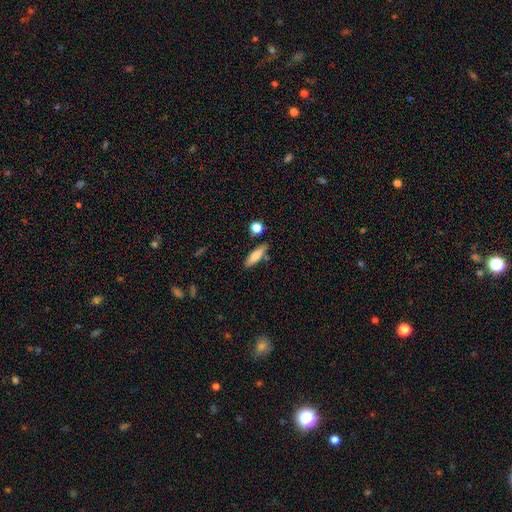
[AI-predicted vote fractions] Smooth or featured?
  - smooth: 75% *
  - featured or disk: 18%
  - star or artifact: 7%
How rounded?
  - cigar-shaped: 60% *
  - in between: 37%
  - round: 3%
Merging?
  - none: 80% *
  - minor disturbance: 12%
  - merger: 6%
  - major disturbance: 3%